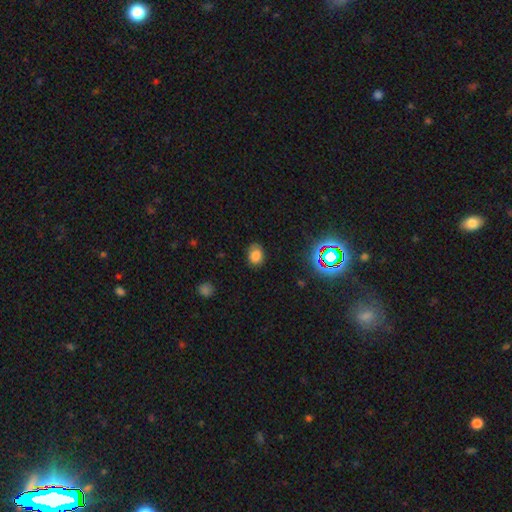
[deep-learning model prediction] A smooth galaxy with no disk features (79%) that is in between round and cigar-shaped (65%).

Vote fractions:
- Smooth or featured? smooth: 79% / star or artifact: 14% / featured or disk: 7%
- How rounded? in between: 65% / round: 34% / cigar-shaped: 1%
- Merging? none: 80% / minor disturbance: 16% / major disturbance: 3% / merger: 1%